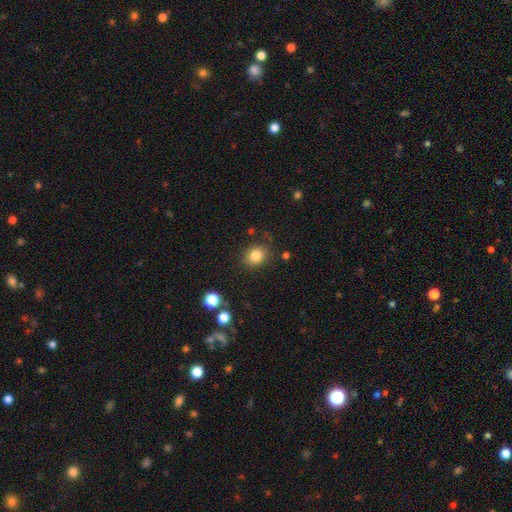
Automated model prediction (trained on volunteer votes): smooth_or_featured: smooth (p=0.84) [alt: star or artifact p=0.11]
how_rounded: round (p=0.63) [alt: in between p=0.36]
merging: none (p=0.84) [alt: minor disturbance p=0.11]